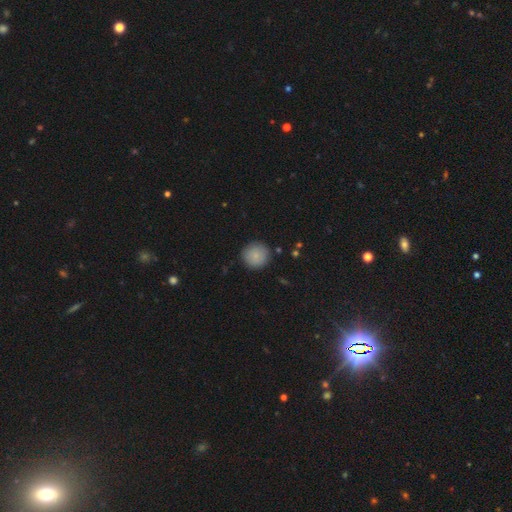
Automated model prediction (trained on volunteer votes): smooth-or-featured: smooth: 85% | star or artifact: 8% | featured or disk: 7%
  how-rounded: round: 94% | in between: 5% | cigar-shaped: 1%
  merging: none: 89% | minor disturbance: 8% | major disturbance: 2% | merger: 1%